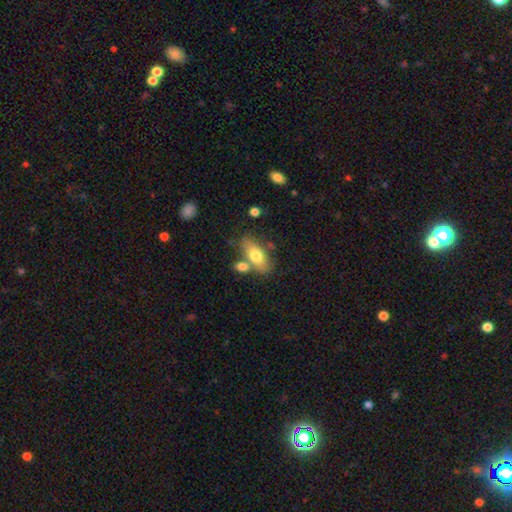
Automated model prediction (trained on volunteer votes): smooth 72%, featured or disk 22%, star or artifact 6%. Down the decision tree: how rounded — in between (84%); merging — none (57%).